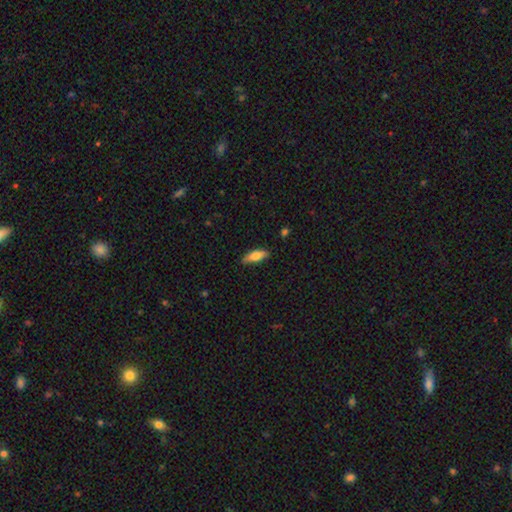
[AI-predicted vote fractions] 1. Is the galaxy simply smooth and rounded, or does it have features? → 77% smooth, 17% featured or disk, 6% star or artifact.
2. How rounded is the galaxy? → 62% in between, 36% cigar-shaped, 2% round.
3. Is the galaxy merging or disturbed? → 78% none, 18% minor disturbance, 3% major disturbance, 1% merger.